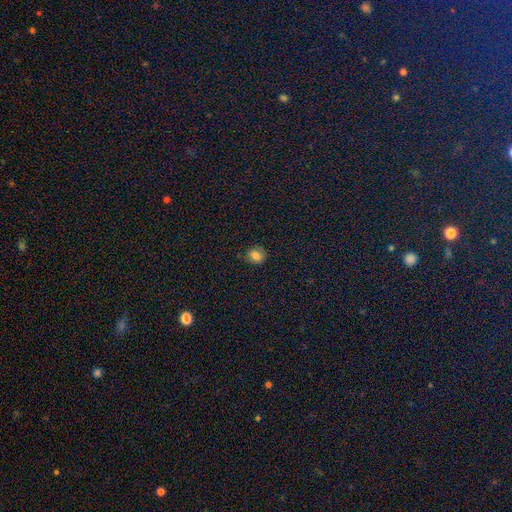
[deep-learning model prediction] A smooth galaxy with no disk features (81%) that is round (69%).

Vote fractions:
- Smooth or featured? smooth: 81% / star or artifact: 12% / featured or disk: 7%
- How rounded? round: 69% / in between: 30% / cigar-shaped: 1%
- Merging? none: 79% / minor disturbance: 16% / major disturbance: 3% / merger: 1%